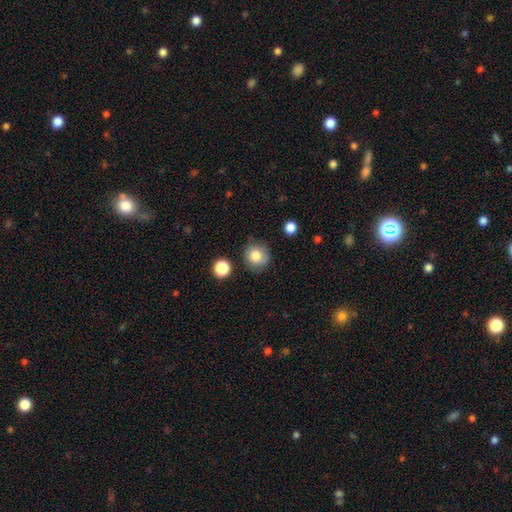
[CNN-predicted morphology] Smooth or featured?
  - smooth: 82% *
  - star or artifact: 10%
  - featured or disk: 8%
How rounded?
  - round: 88% *
  - in between: 11%
  - cigar-shaped: 1%
Merging?
  - none: 80% *
  - minor disturbance: 14%
  - major disturbance: 3%
  - merger: 3%